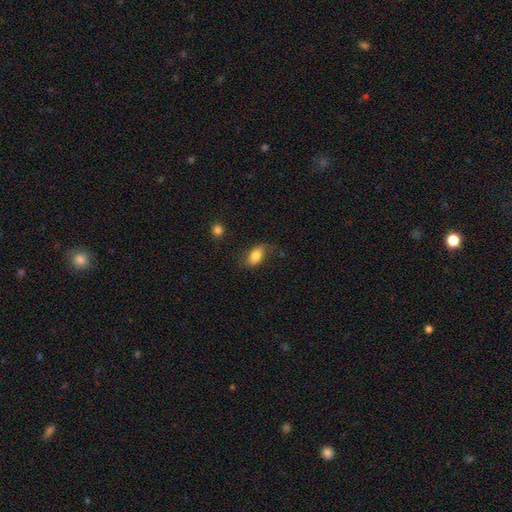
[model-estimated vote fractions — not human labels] Smooth or featured? Predicted: smooth (p=0.78). How rounded? Predicted: in between (p=0.89). Merging? Predicted: none (p=0.65).